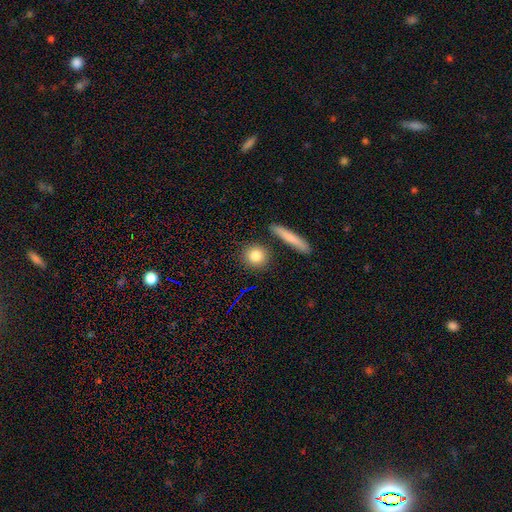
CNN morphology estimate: Smooth or featured? smooth (81%)
How rounded? round (82%)
Merging? none (86%)